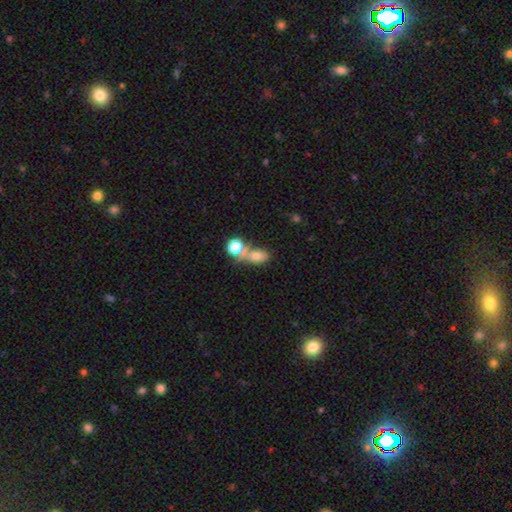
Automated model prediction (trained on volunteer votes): Overall: smooth (64%). How rounded: in between (66%; round 29%). Merging: merger (42%; none 35%).